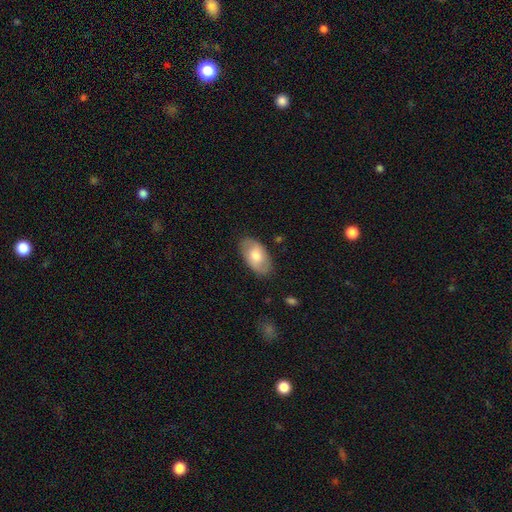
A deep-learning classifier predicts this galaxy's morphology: The model was most divided on "smooth or featured": smooth: 64%, featured or disk: 31%, star or artifact: 6%. More confident: how rounded — in between (94%); merging — none (82%).